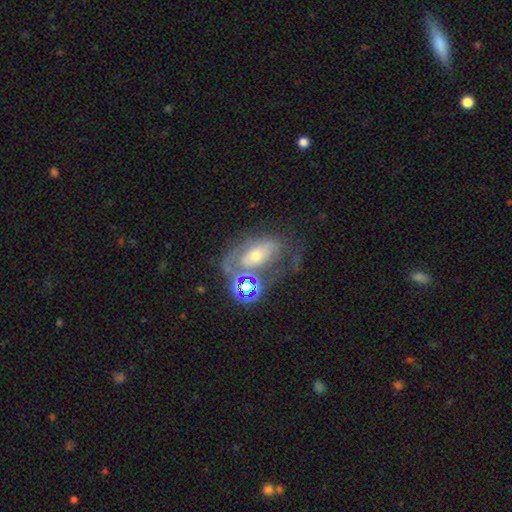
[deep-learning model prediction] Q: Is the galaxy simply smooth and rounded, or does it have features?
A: featured or disk — 61%.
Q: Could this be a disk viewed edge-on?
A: no — 93%.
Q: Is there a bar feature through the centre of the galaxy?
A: no — 72%.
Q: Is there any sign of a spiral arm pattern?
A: yes — 54%.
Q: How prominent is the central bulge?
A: moderate — 48%.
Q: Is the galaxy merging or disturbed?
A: none — 32%.